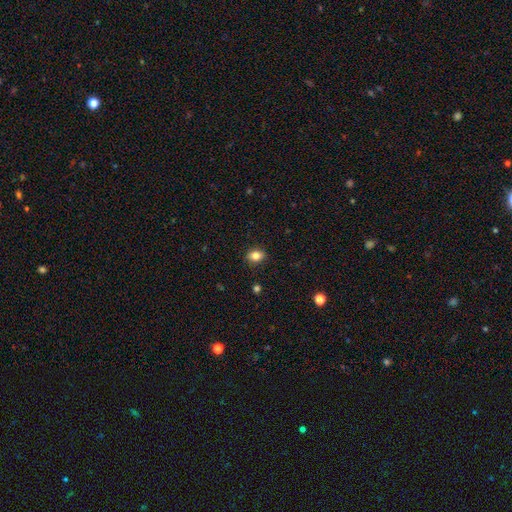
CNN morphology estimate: The model was most divided on "how rounded": in between: 64%, round: 35%, cigar-shaped: 1%. More confident: merging — none (88%); smooth or featured — smooth (83%).